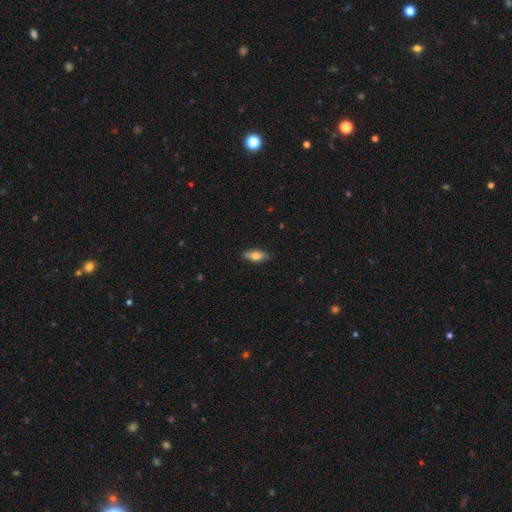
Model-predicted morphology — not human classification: Smooth or featured?
  - smooth: 73% *
  - featured or disk: 21%
  - star or artifact: 6%
How rounded?
  - in between: 76% *
  - cigar-shaped: 21%
  - round: 3%
Merging?
  - none: 86% *
  - minor disturbance: 11%
  - major disturbance: 2%
  - merger: 1%